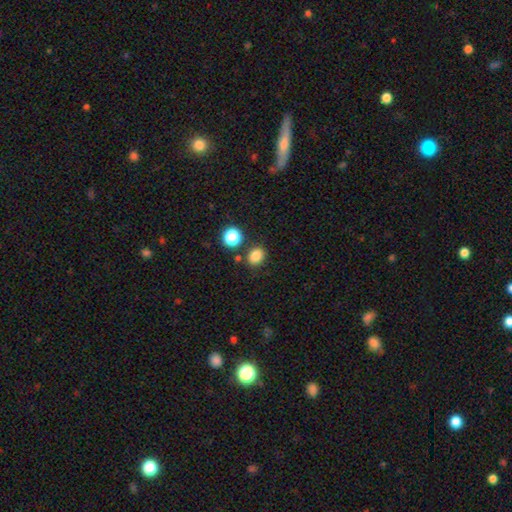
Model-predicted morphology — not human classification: smooth 83%, star or artifact 12%, featured or disk 5%. Down the decision tree: how rounded — round (54%); merging — none (80%).